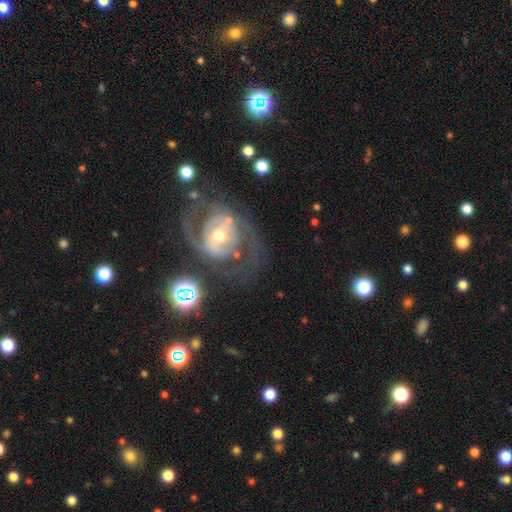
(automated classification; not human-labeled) Smooth or featured? Predicted: featured or disk (p=0.81). Edge-on disk? Predicted: no (p=0.96). Bar? Predicted: no (p=0.39). Spiral arms? Predicted: yes (p=0.83). Spiral winding? Predicted: medium (p=0.44). Spiral arm count? Predicted: 2 (p=0.67). Bulge size? Predicted: small (p=0.52). Merging? Predicted: none (p=0.63).